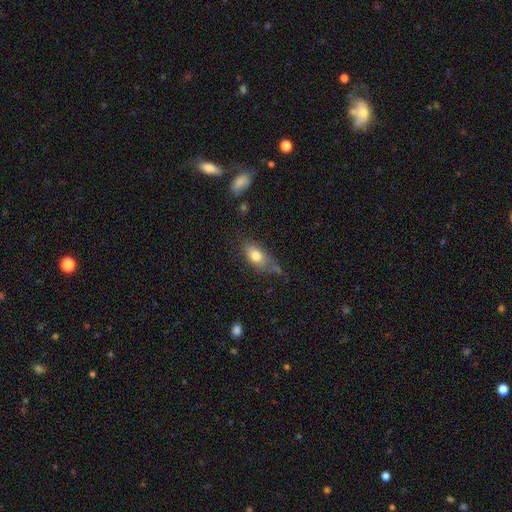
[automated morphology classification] smooth-or-featured: smooth: 75% | featured or disk: 16% | star or artifact: 8%
  how-rounded: in between: 83% | cigar-shaped: 9% | round: 8%
  merging: none: 48% | minor disturbance: 31% | major disturbance: 15% | merger: 6%